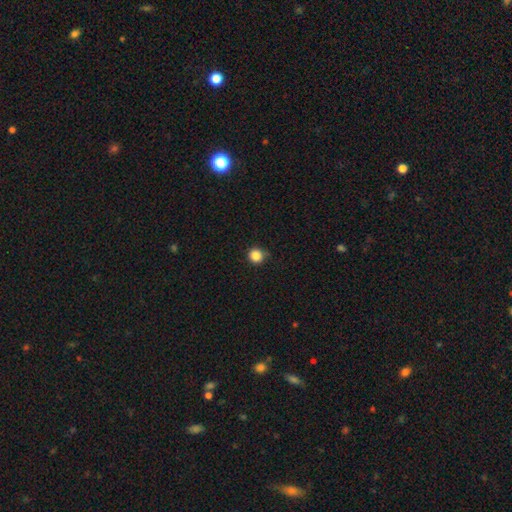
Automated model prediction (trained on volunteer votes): This appears to be a smooth galaxy with no disk features (85%) that is round (94%). Merging: none (83%).